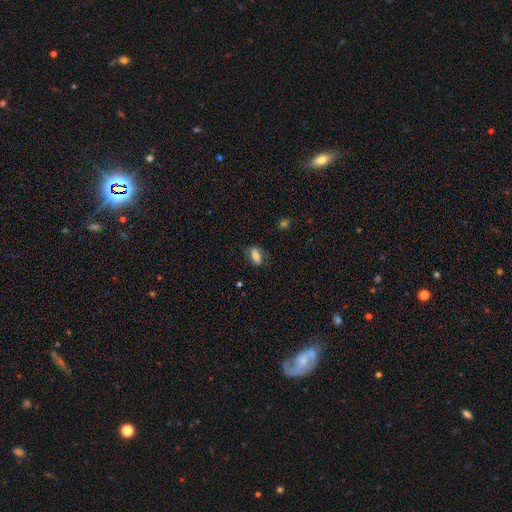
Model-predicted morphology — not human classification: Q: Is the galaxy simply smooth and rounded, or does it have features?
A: smooth — 70%.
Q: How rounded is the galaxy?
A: in between — 75%.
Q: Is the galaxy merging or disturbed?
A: none — 72%.